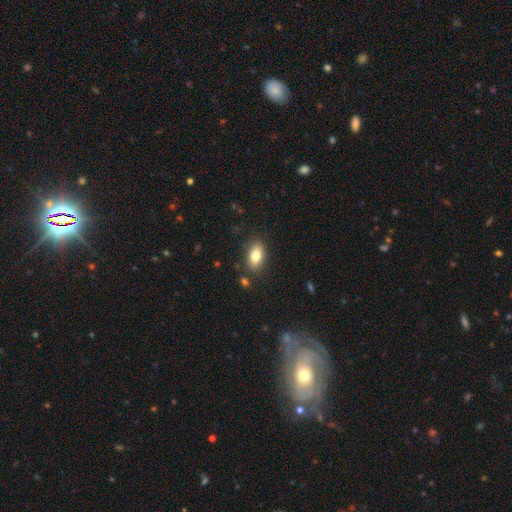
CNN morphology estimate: A smooth galaxy with no disk features (80%) that is in between round and cigar-shaped (88%).

Vote fractions:
- Smooth or featured? smooth: 80% / featured or disk: 12% / star or artifact: 8%
- How rounded? in between: 88% / round: 8% / cigar-shaped: 4%
- Merging? none: 84% / minor disturbance: 11% / major disturbance: 3% / merger: 2%